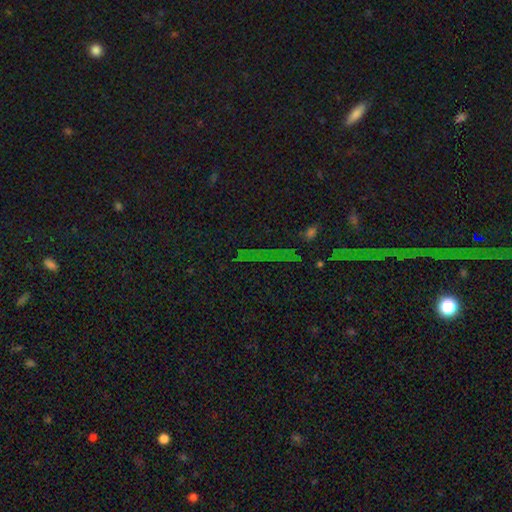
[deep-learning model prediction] Smooth or featured? Predicted: star or artifact (p=0.80).